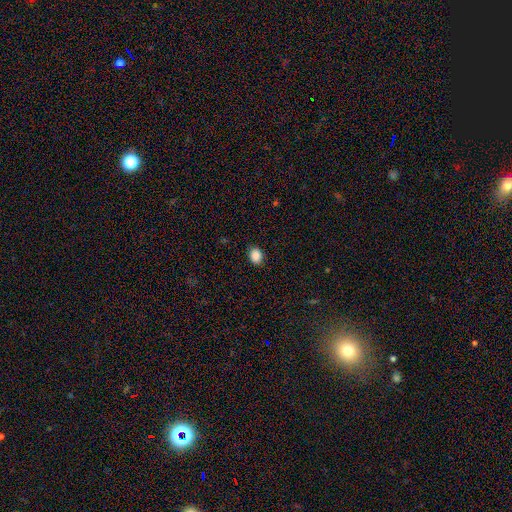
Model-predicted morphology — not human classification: Smooth or featured?
  - smooth: 88% *
  - star or artifact: 9%
  - featured or disk: 3%
How rounded?
  - in between: 56% *
  - round: 43%
  - cigar-shaped: 1%
Merging?
  - none: 88% *
  - minor disturbance: 9%
  - major disturbance: 2%
  - merger: 1%